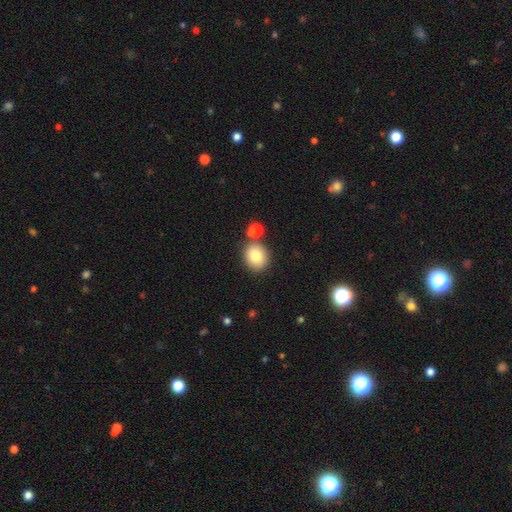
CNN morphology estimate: A smooth galaxy with no disk features (82%) that is round (63%). Merging: none (73%).